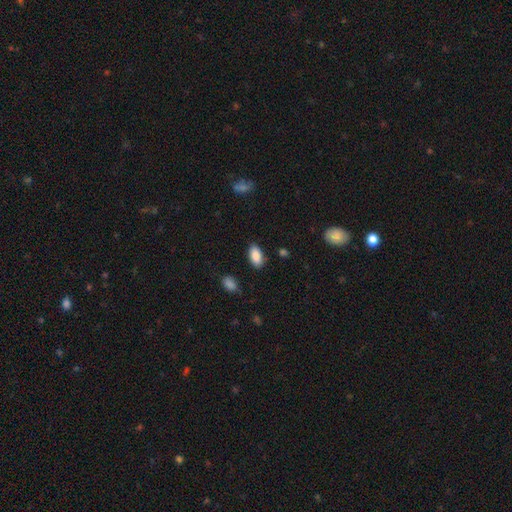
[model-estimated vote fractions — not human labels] The model was most divided on "merging": none: 85%, minor disturbance: 11%, major disturbance: 3%, merger: 2%. More confident: how rounded — in between (93%); smooth or featured — smooth (88%).